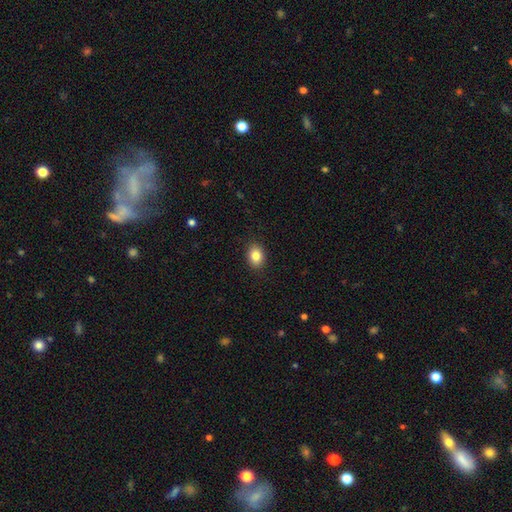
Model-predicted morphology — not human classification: smooth-or-featured: smooth: 84% | star or artifact: 9% | featured or disk: 7%
  how-rounded: in between: 67% | round: 32% | cigar-shaped: 1%
  merging: none: 89% | minor disturbance: 8% | major disturbance: 2% | merger: 1%